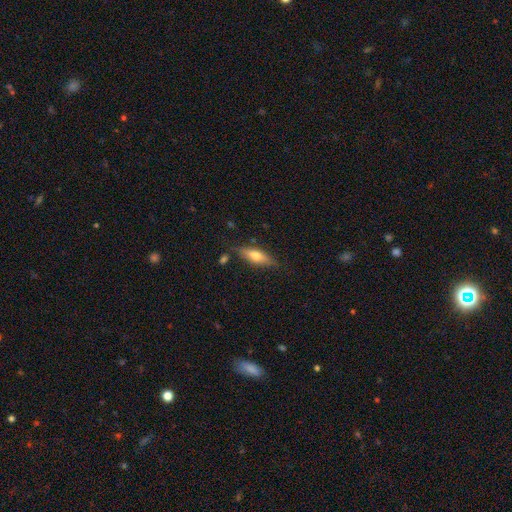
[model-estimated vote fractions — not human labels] smooth-or-featured: smooth: 55% | featured or disk: 38% | star or artifact: 7%
  how-rounded: cigar-shaped: 49% (tied) | in between: 49% (tied) | round: 3%
  merging: none: 76% | minor disturbance: 17% | major disturbance: 4% | merger: 4%